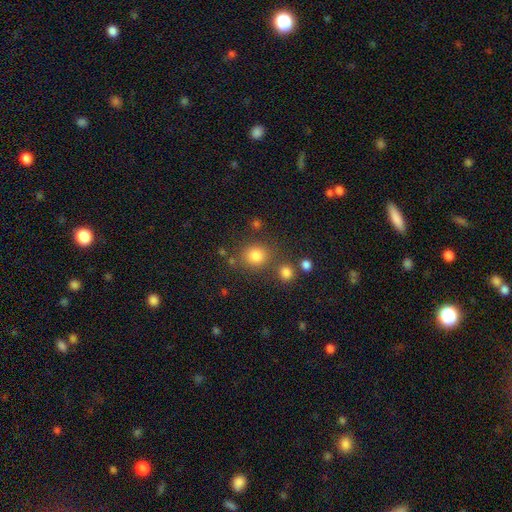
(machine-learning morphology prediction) Smooth or featured? Predicted: smooth (p=0.81). How rounded? Predicted: round (p=0.82). Merging? Predicted: none (p=0.74).